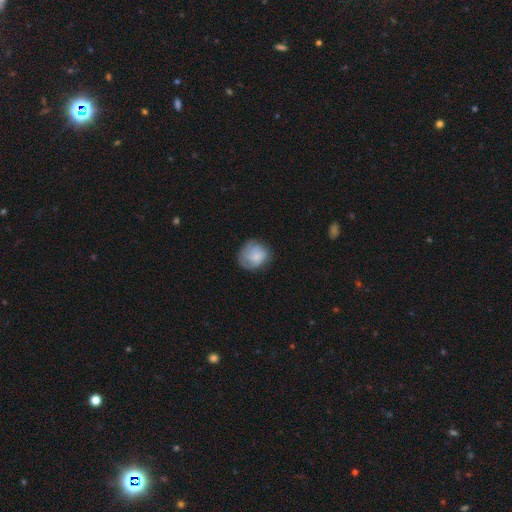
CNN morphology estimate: Smooth or featured?
  - smooth: 56% *
  - featured or disk: 36%
  - star or artifact: 8%
How rounded?
  - round: 74% *
  - in between: 25%
  - cigar-shaped: 1%
Merging?
  - none: 62% *
  - minor disturbance: 25%
  - major disturbance: 11%
  - merger: 1%